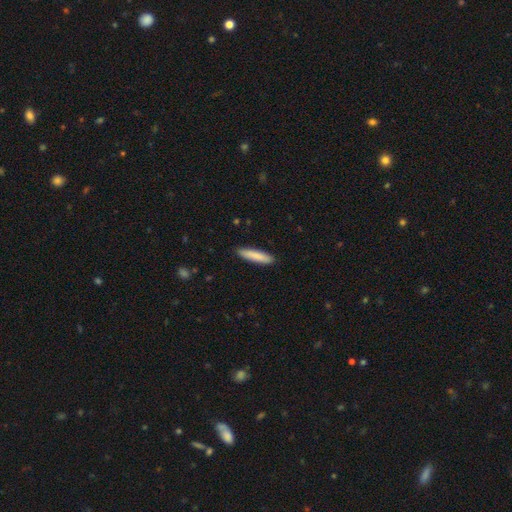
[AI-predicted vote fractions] The model was most divided on "how rounded": cigar-shaped: 86%, in between: 13%, round: 1%. More confident: merging — none (90%); smooth or featured — smooth (84%).